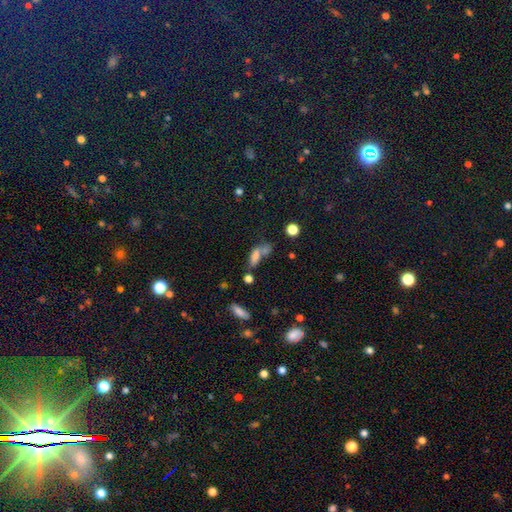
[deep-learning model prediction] smooth_or_featured: smooth (p=0.73) [alt: featured or disk p=0.14]
how_rounded: in between (p=0.64) [alt: cigar-shaped p=0.30]
merging: merger (p=0.43) [alt: none p=0.32]